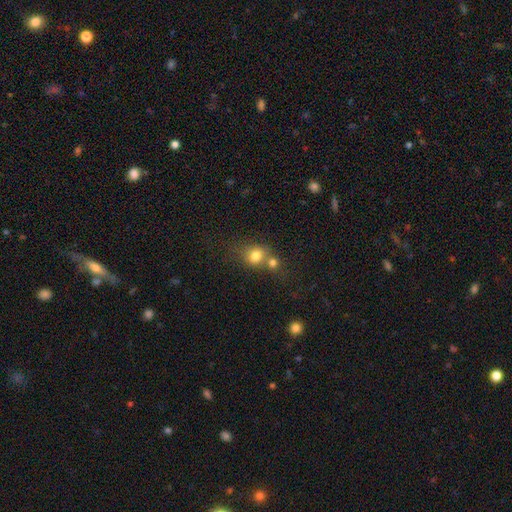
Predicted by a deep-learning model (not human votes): Smooth or featured?
  - smooth: 77% *
  - star or artifact: 12%
  - featured or disk: 11%
How rounded?
  - round: 69% *
  - in between: 30%
  - cigar-shaped: 1%
Merging?
  - merger: 49% *
  - none: 37%
  - minor disturbance: 9%
  - major disturbance: 5%